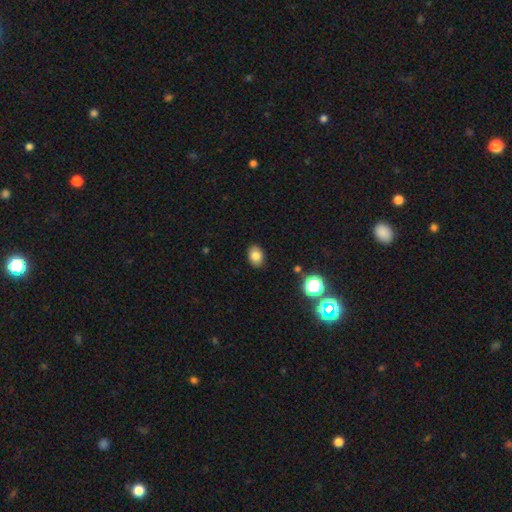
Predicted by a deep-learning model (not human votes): smooth_or_featured: smooth (p=0.80) [alt: star or artifact p=0.11]
how_rounded: in between (p=0.69) [alt: round p=0.30]
merging: none (p=0.88) [alt: minor disturbance p=0.09]